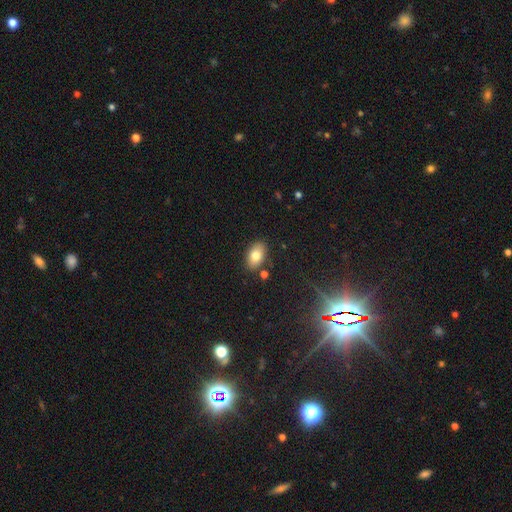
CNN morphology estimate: smooth_or_featured: smooth (p=0.77) [alt: featured or disk p=0.14]
how_rounded: in between (p=0.90) [alt: round p=0.09]
merging: none (p=0.83) [alt: minor disturbance p=0.11]